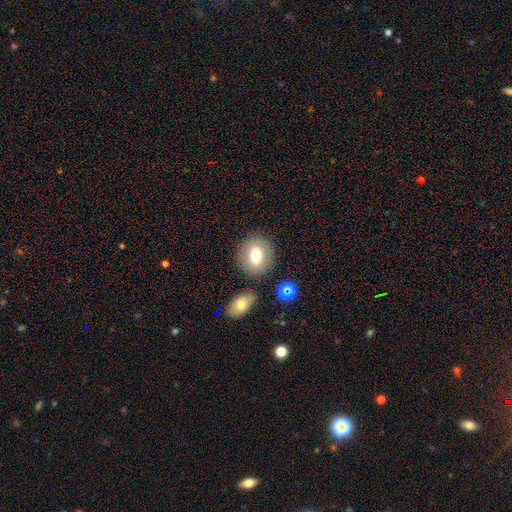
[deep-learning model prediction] smooth-or-featured: smooth: 71% | featured or disk: 19% | star or artifact: 10%
  how-rounded: round: 70% | in between: 29% | cigar-shaped: 1%
  merging: none: 79% | minor disturbance: 10% | merger: 7% | major disturbance: 3%